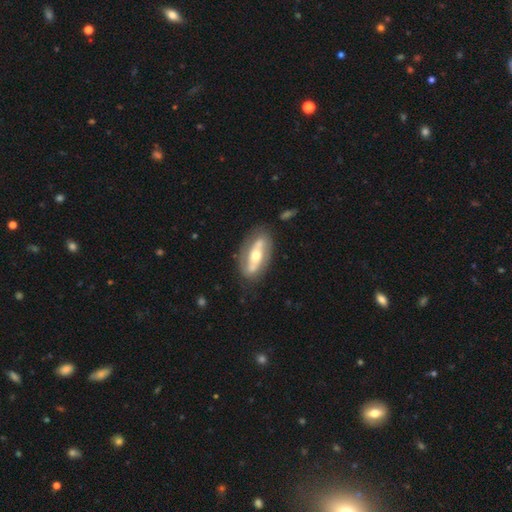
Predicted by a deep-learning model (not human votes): smooth_or_featured: featured or disk (p=0.68) [alt: smooth p=0.27]
disk_edge_on: no (p=0.83) [alt: yes p=0.17]
bar: strong (p=0.41) [alt: no p=0.38]
has_spiral_arms: yes (p=0.52) [alt: no p=0.48]
bulge_size: moderate (p=0.69) [alt: small p=0.19]
merging: none (p=0.77) [alt: minor disturbance p=0.15]